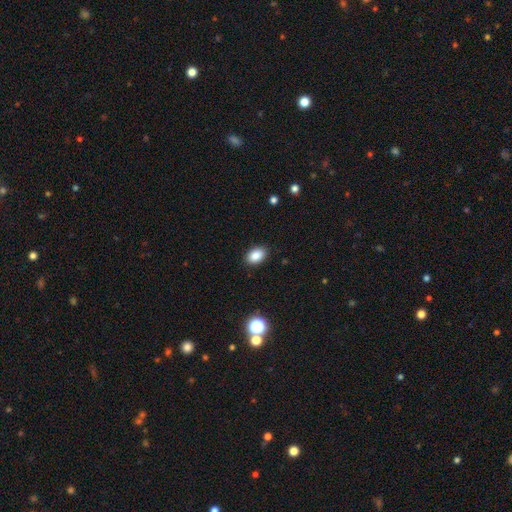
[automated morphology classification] The model was most divided on "how rounded": in between: 84%, round: 15%, cigar-shaped: 1%. More confident: merging — none (89%); smooth or featured — smooth (87%).